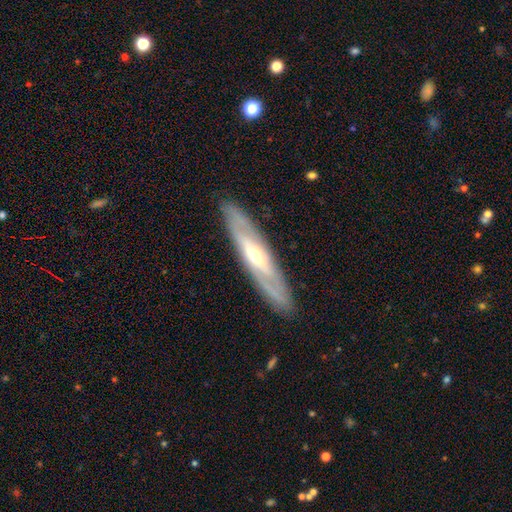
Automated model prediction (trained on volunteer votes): Smooth or featured? Predicted: featured or disk (p=0.74). Edge-on disk? Predicted: yes (p=0.51). Merging? Predicted: none (p=0.88).